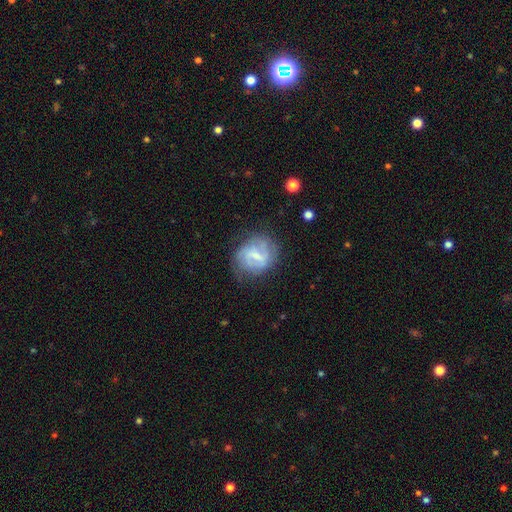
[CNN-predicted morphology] This appears to be a featured or disk galaxy (67%) with a weak bar (54%), spiral arms (76%) and a small central bulge (55%). Merging: none (64%).